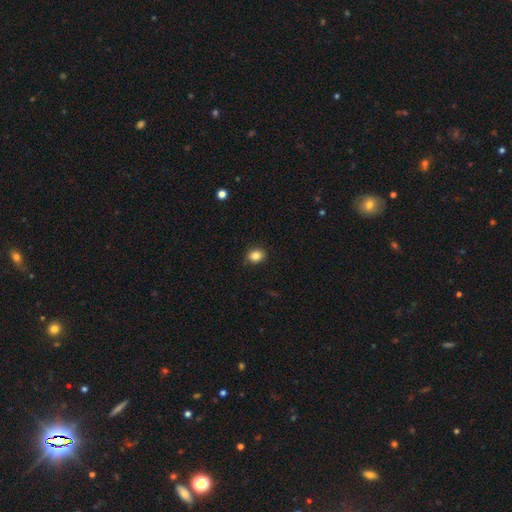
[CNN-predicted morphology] Overall: smooth (85%). How rounded: round (58%; in between 41%). Merging: none (87%).